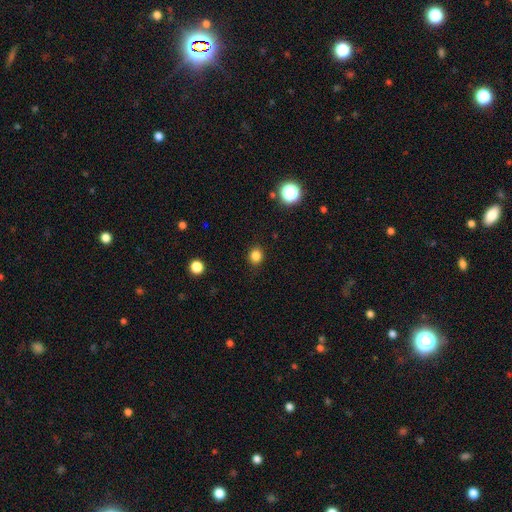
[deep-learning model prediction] Smooth or featured: smooth — 83% (star or artifact — 13%)
How rounded: round — 75% (in between — 24%)
Merging: none — 89% (minor disturbance — 8%)